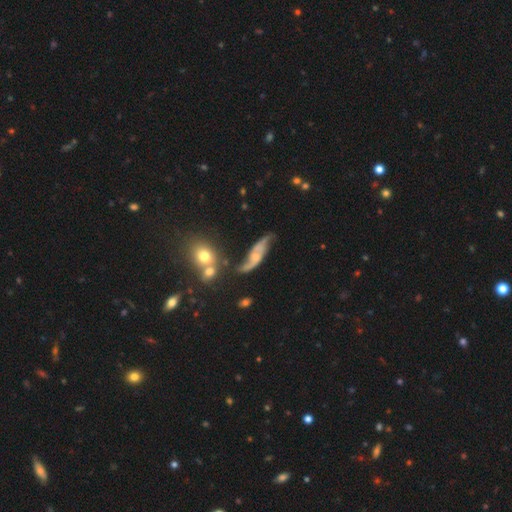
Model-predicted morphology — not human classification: Overall: featured or disk (76%). Edge-on disk: no (87%). Bar: no (58%; weak 34%). Spiral arms: yes (92%). Spiral arm count: 2 (89%). Spiral winding: loose (74%). Bulge size: small (54%; moderate 27%). Merging: none (51%; minor disturbance 24%).